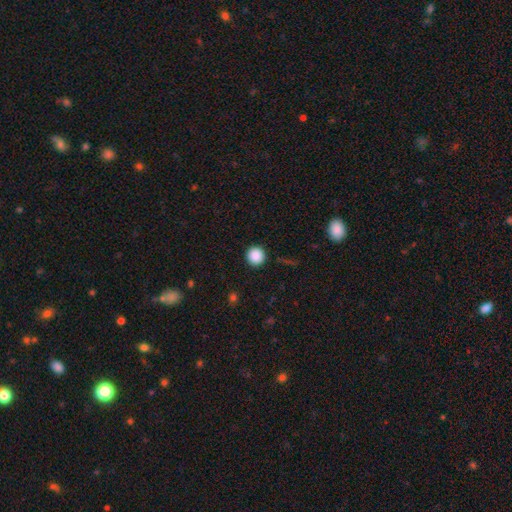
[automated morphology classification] smooth_or_featured: smooth (p=0.88) [alt: star or artifact p=0.10]
how_rounded: round (p=0.96) [alt: in between p=0.03]
merging: none (p=0.92) [alt: minor disturbance p=0.05]